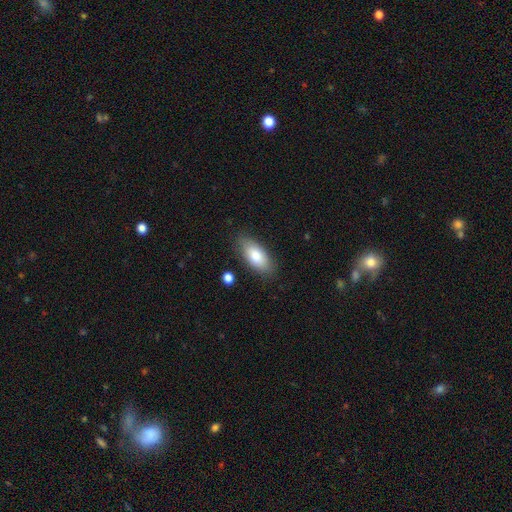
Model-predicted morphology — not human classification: Smooth or featured? smooth (80%)
How rounded? in between (88%)
Merging? none (83%)